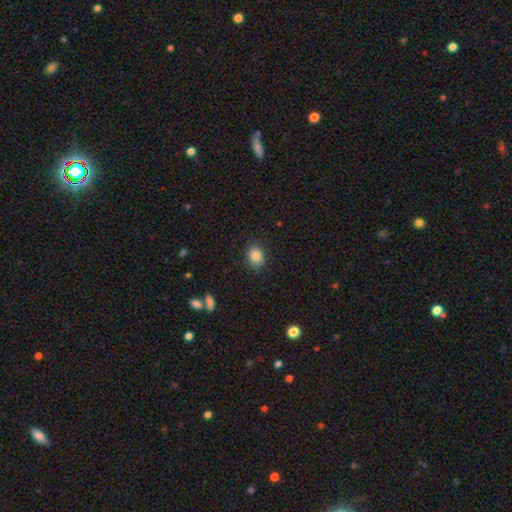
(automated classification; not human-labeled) This is clearly a smooth galaxy (84%). How rounded: possibly round (59%). Merging: clearly none (83%).